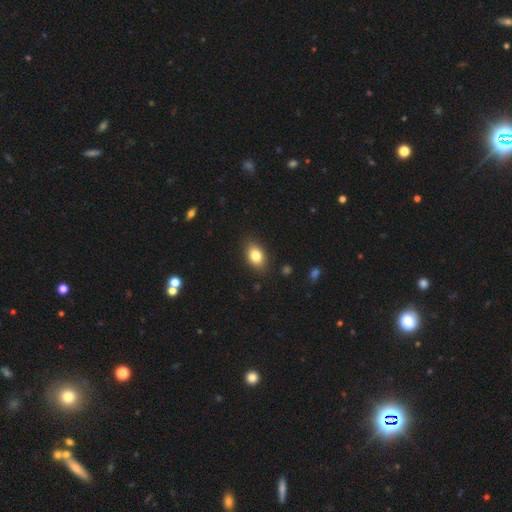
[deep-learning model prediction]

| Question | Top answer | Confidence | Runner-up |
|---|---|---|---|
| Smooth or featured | smooth | 82% | featured or disk (10%) |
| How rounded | in between | 84% | round (15%) |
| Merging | none | 85% | minor disturbance (11%) |